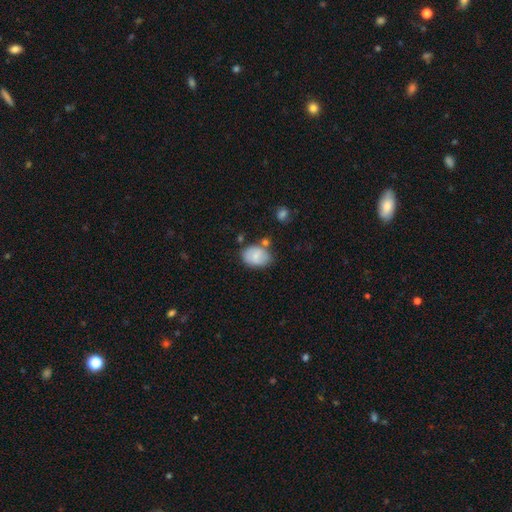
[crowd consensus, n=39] A smooth galaxy with no disk features (74%) that is in between round and cigar-shaped (90%). Merging: none (49%).